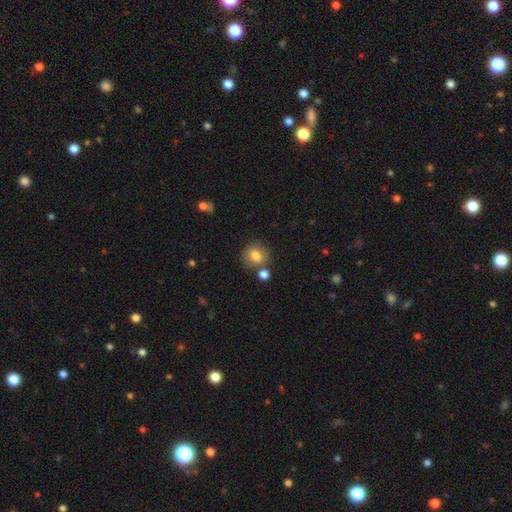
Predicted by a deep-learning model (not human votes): smooth-or-featured: smooth: 77% | featured or disk: 14% | star or artifact: 10%
  how-rounded: round: 76% | in between: 23% | cigar-shaped: 1%
  merging: none: 69% | minor disturbance: 14% | merger: 13% | major disturbance: 5%